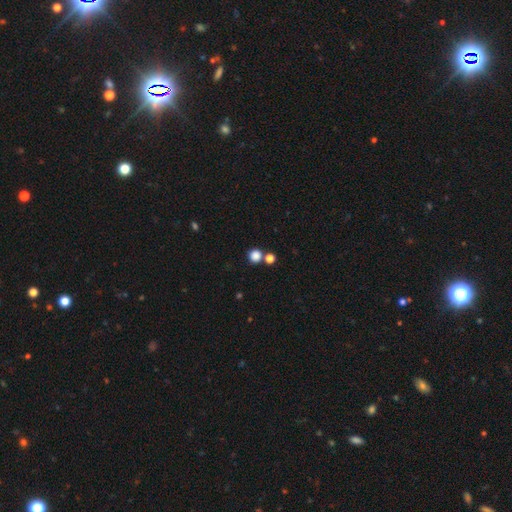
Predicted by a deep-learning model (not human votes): smooth-or-featured: smooth: 83% | star or artifact: 13% | featured or disk: 4%
  how-rounded: round: 92% | in between: 7% | cigar-shaped: 1%
  merging: none: 72% | merger: 18% | minor disturbance: 7% | major disturbance: 3%